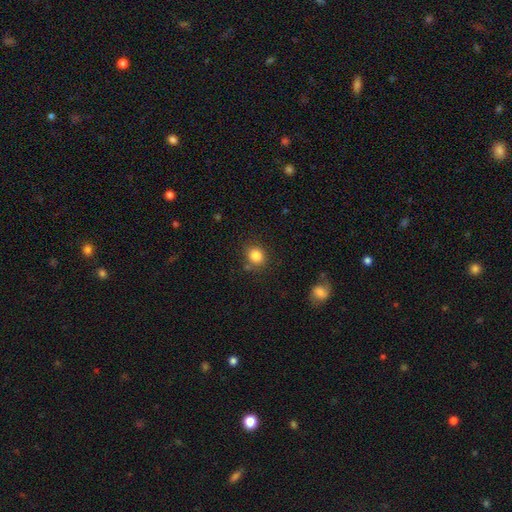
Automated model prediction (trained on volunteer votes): A smooth galaxy with no disk features (84%) that is round (81%).

Vote fractions:
- Smooth or featured? smooth: 84% / star or artifact: 11% / featured or disk: 6%
- How rounded? round: 81% / in between: 18% / cigar-shaped: 1%
- Merging? none: 80% / minor disturbance: 12% / merger: 5% / major disturbance: 3%